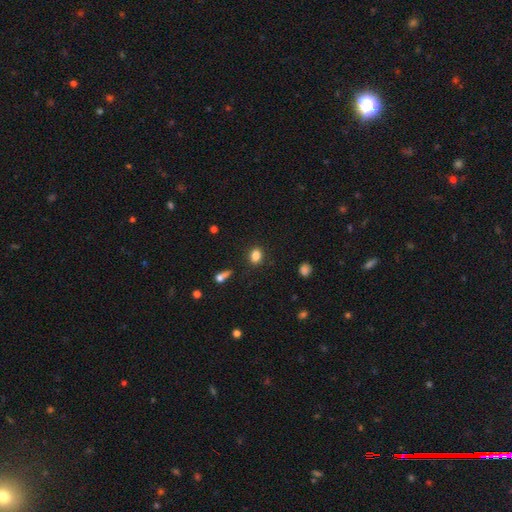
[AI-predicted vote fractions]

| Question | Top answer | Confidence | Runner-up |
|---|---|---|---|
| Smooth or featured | smooth | 84% | star or artifact (10%) |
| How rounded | in between | 58% | round (41%) |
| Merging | none | 85% | minor disturbance (10%) |